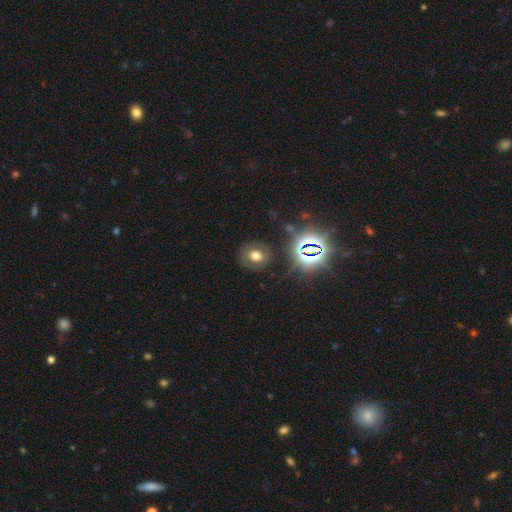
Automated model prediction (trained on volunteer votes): Smooth or featured: smooth — 56% (star or artifact — 26%)
How rounded: round — 59% (in between — 40%)
Merging: none — 81% (minor disturbance — 11%)